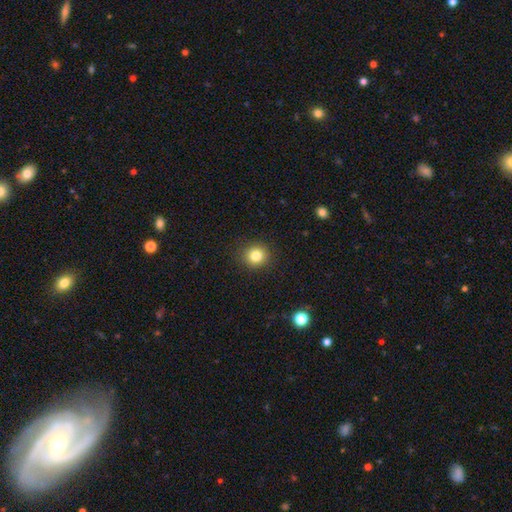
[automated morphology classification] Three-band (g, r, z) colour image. It shows a smooth galaxy with no disk features (82%) that is round (90%). Merging: none (91%).